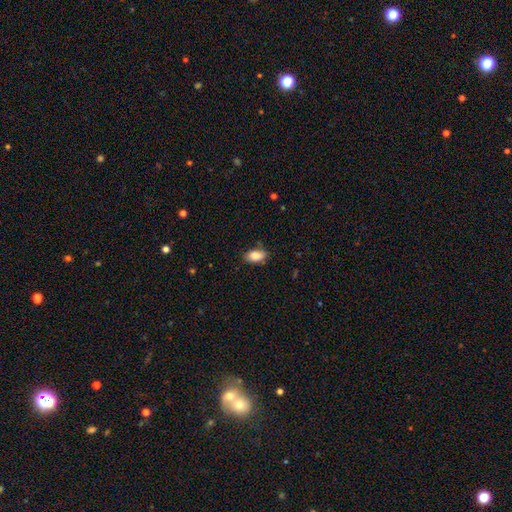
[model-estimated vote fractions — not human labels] smooth_or_featured: smooth (p=0.86) [alt: star or artifact p=0.07]
how_rounded: in between (p=0.91) [alt: round p=0.05]
merging: none (p=0.78) [alt: minor disturbance p=0.17]